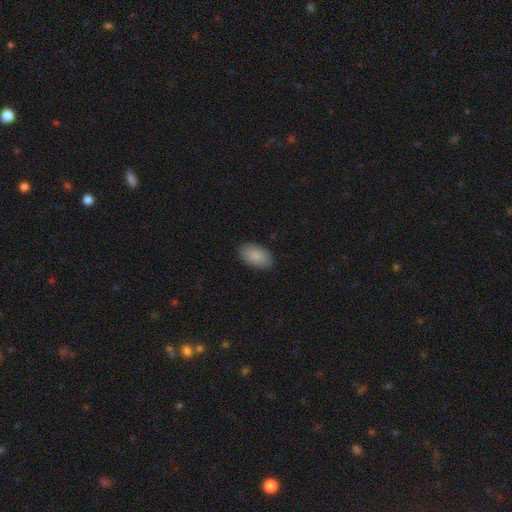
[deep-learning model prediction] The model was most divided on "merging": none: 88%, minor disturbance: 9%, major disturbance: 2%, merger: 1%. More confident: how rounded — in between (94%); smooth or featured — smooth (89%).